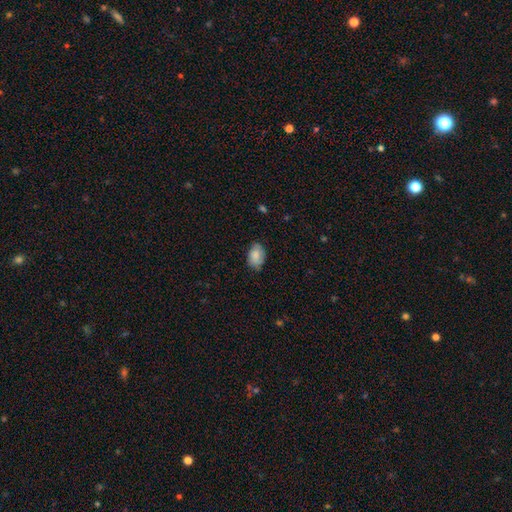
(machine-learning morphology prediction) A smooth galaxy with no disk features (83%) that is in between round and cigar-shaped (85%). Merging: none (73%).